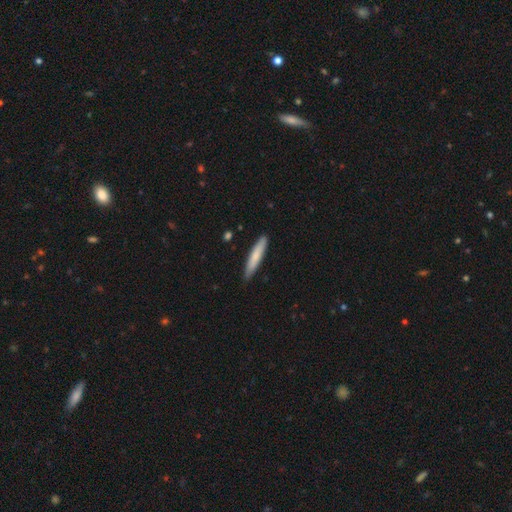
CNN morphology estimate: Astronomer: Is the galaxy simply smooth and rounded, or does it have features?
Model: smooth — 76%.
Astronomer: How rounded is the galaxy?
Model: cigar-shaped — 90%.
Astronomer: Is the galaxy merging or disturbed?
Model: none — 87%.